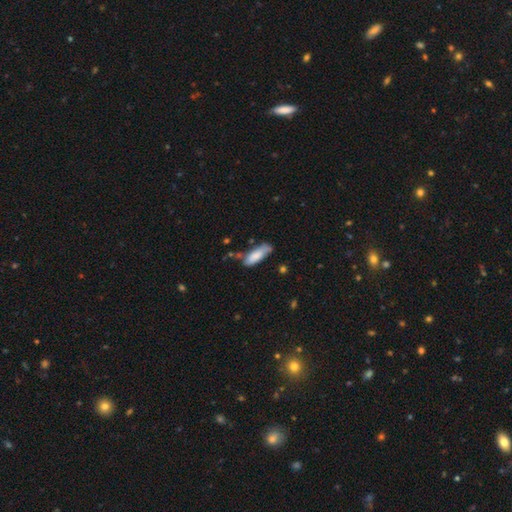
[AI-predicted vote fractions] Smooth or featured: smooth — 80% (featured or disk — 14%)
How rounded: in between — 61% (cigar-shaped — 37%)
Merging: none — 56% (minor disturbance — 30%)